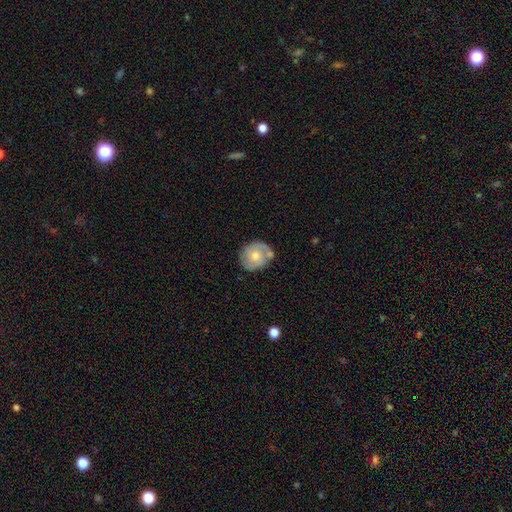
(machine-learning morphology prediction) Smooth or featured? Predicted: smooth (p=0.51). How rounded? Predicted: round (p=0.75). Merging? Predicted: none (p=0.61).